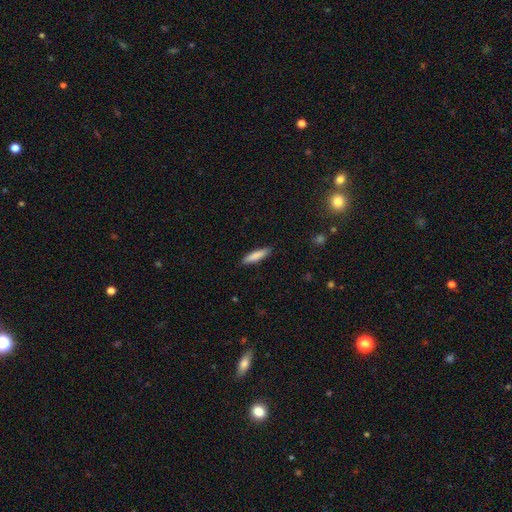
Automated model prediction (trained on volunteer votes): This appears to be a smooth galaxy with no disk features (83%) that is cigar-shaped (80%). Merging: none (88%).